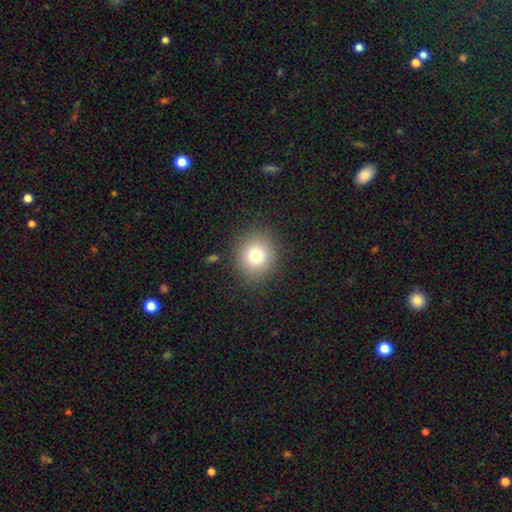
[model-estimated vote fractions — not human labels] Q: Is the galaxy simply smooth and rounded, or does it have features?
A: smooth — 77%.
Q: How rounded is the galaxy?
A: round — 84%.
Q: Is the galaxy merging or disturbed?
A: none — 88%.